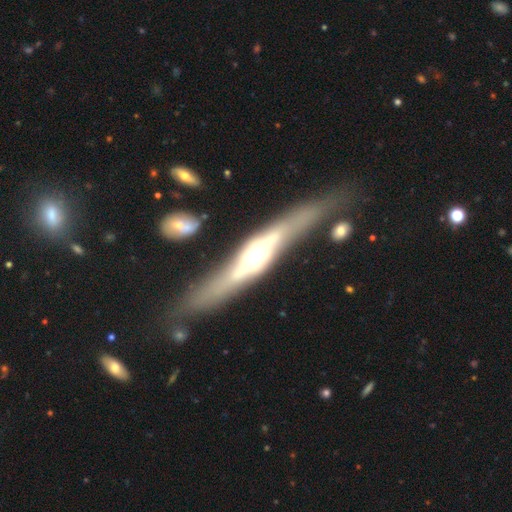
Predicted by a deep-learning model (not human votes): Overall: featured or disk (70%). Edge-on disk: yes (90%). Edge-on bulge: rounded (85%). Merging: none (76%).